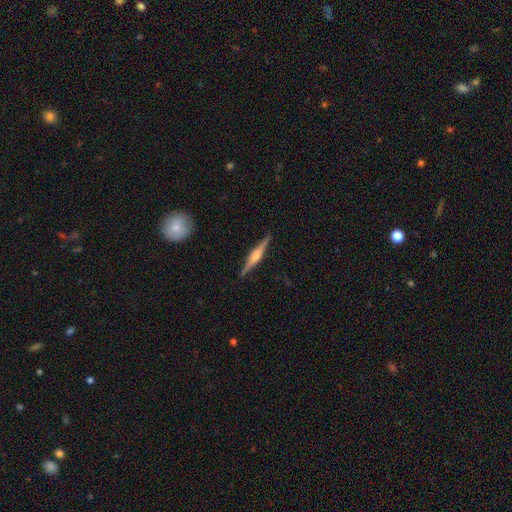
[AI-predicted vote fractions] This appears to be a featured or disk galaxy (72%) viewed edge-on (98%) with a rounded central bulge (71%). Merging: none (90%).